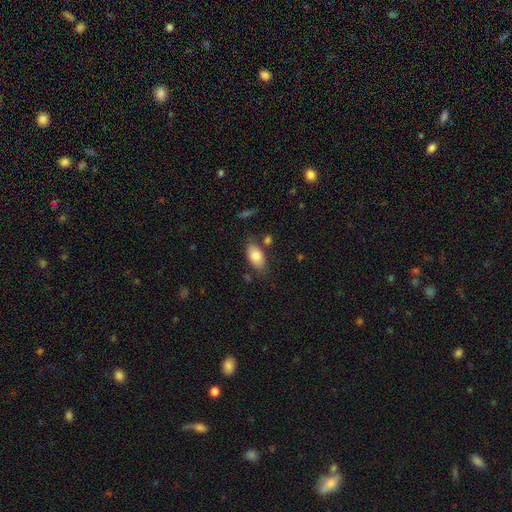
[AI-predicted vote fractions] Smooth or featured? Predicted: smooth (p=0.83). How rounded? Predicted: in between (p=0.92). Merging? Predicted: none (p=0.71).